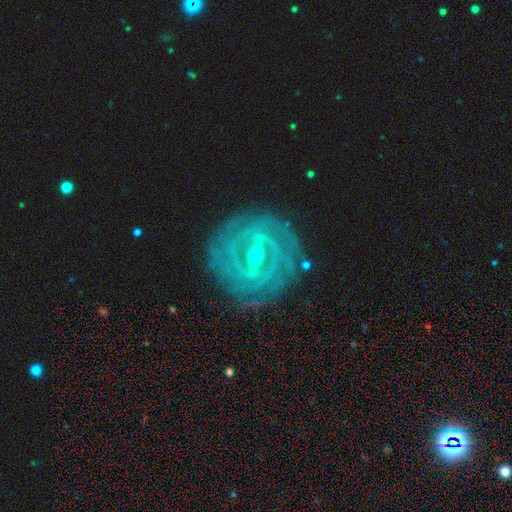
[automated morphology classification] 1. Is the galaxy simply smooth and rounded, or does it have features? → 90% featured or disk, 5% star or artifact, 5% smooth.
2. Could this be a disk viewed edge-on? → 95% no, 5% yes.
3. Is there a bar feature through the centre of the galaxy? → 62% strong, 29% weak, 8% no.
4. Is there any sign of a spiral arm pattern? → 95% yes, 5% no.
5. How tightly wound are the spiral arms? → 83% tight, 14% medium, 3% loose.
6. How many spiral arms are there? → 29% 2, 27% can't tell, 15% 4, 14% 3, 8% more than 4, 6% 1.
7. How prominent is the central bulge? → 71% small, 25% moderate, 1% none, 1% large, 1% dominant.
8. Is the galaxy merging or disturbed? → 84% none, 11% minor disturbance, 4% major disturbance, 1% merger.